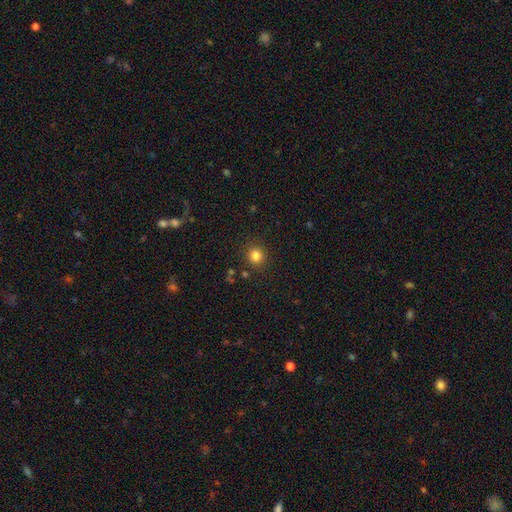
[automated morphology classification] smooth 82%, star or artifact 13%, featured or disk 5%. Down the decision tree: how rounded — round (87%); merging — none (89%).